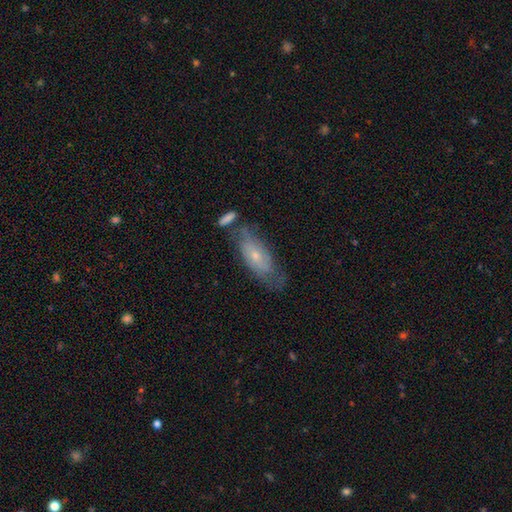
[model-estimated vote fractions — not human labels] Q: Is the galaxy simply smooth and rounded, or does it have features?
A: smooth — 48%.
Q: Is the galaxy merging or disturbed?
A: none — 49%.